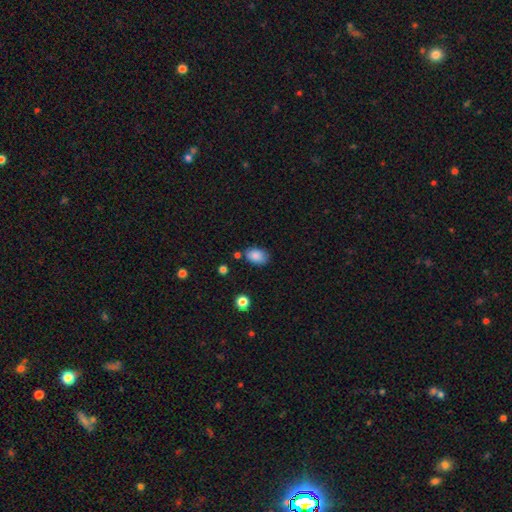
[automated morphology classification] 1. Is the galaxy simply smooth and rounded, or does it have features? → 86% smooth, 8% star or artifact, 5% featured or disk.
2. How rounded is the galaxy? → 85% in between, 14% round, 1% cigar-shaped.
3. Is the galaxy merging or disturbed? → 75% none, 17% minor disturbance, 5% merger, 4% major disturbance.